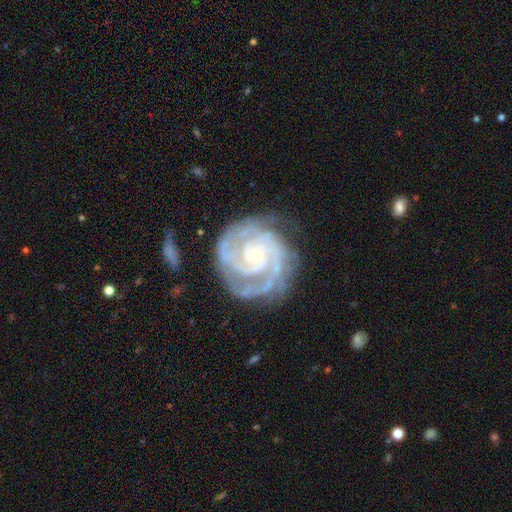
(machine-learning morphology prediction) This appears to be a featured or disk galaxy (92%) with no bar (71%), 2 (43%) tight (77%) spiral arms (98%) and a small central bulge (81%). Merging: none (72%).